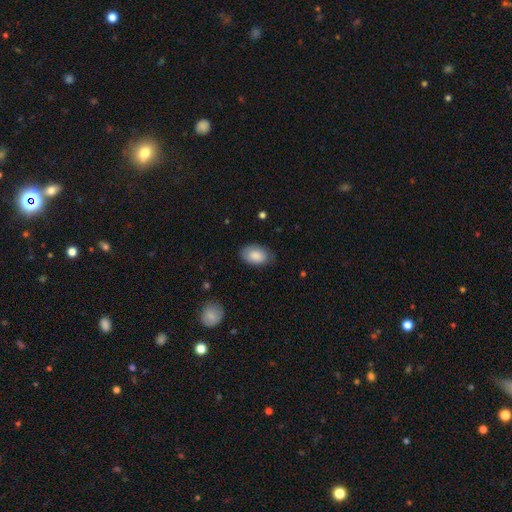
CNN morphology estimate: smooth-or-featured: smooth: 84% | featured or disk: 9% | star or artifact: 6%
  how-rounded: in between: 91% | round: 8% | cigar-shaped: 1%
  merging: none: 76% | minor disturbance: 19% | major disturbance: 4% | merger: 1%